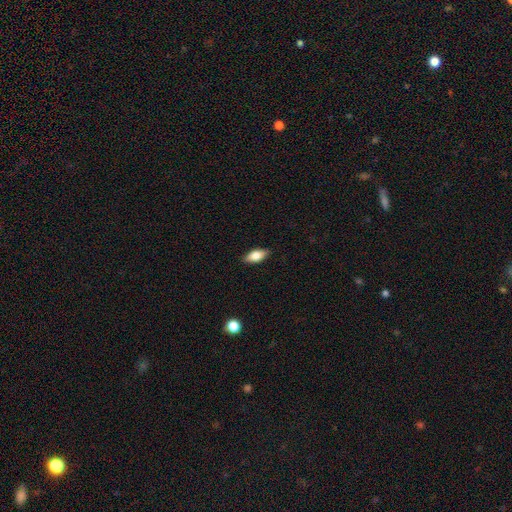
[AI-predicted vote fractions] The model was most divided on "smooth or featured": smooth: 74%, featured or disk: 19%, star or artifact: 7%. More confident: merging — none (87%); how rounded — in between (83%).